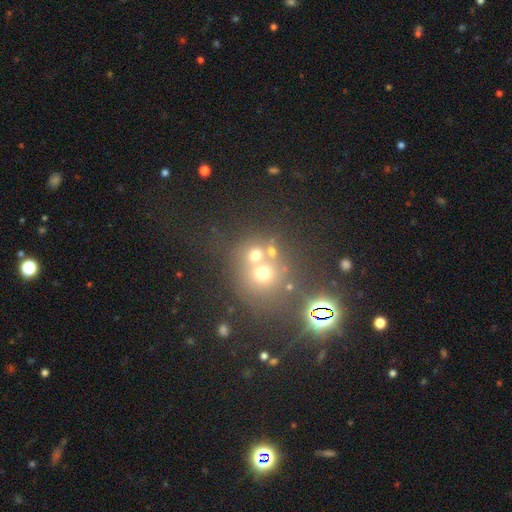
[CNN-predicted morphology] Overall: smooth (59%; star or artifact 25%). How rounded: round (83%). Merging: none (46%; merger 41%).